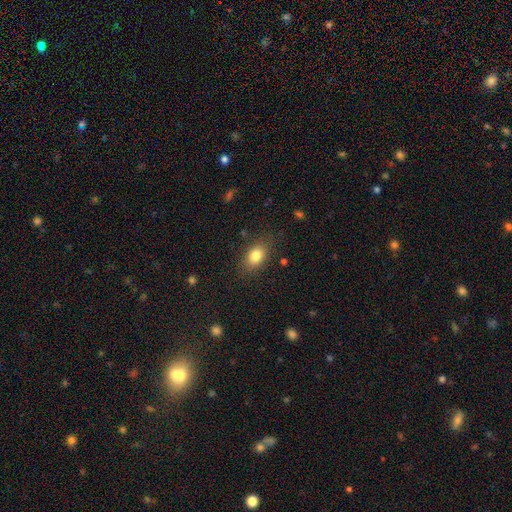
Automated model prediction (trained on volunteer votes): A smooth galaxy with no disk features (81%) that is in between round and cigar-shaped (78%).

Vote fractions:
- Smooth or featured? smooth: 81% / star or artifact: 9% / featured or disk: 9%
- How rounded? in between: 78% / round: 20% / cigar-shaped: 2%
- Merging? none: 83% / minor disturbance: 12% / major disturbance: 4% / merger: 1%